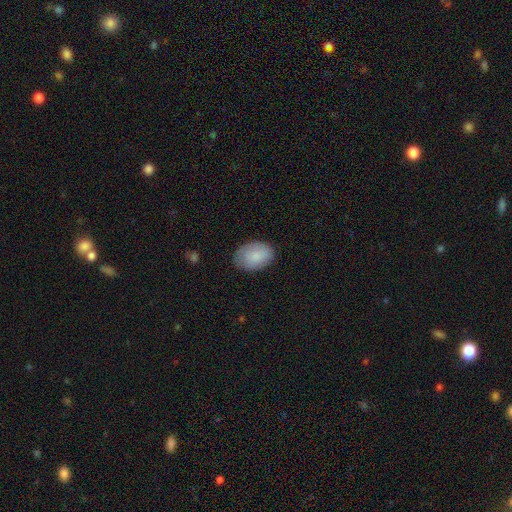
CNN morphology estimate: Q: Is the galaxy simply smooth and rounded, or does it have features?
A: smooth — 85%.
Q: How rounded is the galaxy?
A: in between — 83%.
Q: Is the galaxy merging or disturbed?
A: none — 77%.